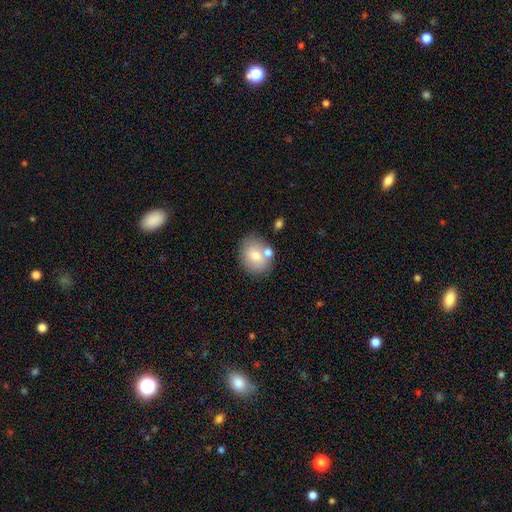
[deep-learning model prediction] A smooth galaxy with no disk features (73%) that is in between round and cigar-shaped (50%).

Vote fractions:
- Smooth or featured? smooth: 73% / featured or disk: 18% / star or artifact: 9%
- How rounded? in between: 50% / round: 49% / cigar-shaped: 1%
- Merging? none: 69% / merger: 14% / minor disturbance: 14% / major disturbance: 4%